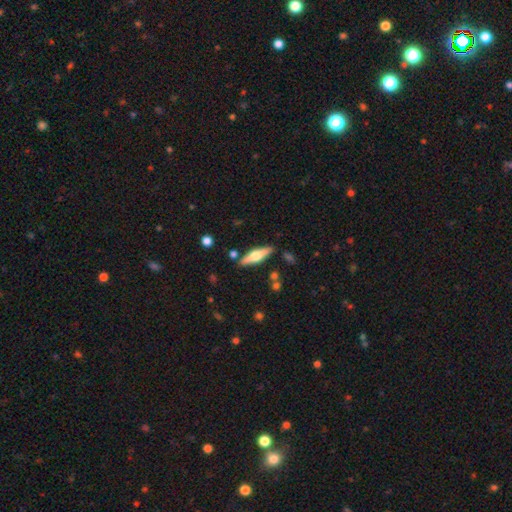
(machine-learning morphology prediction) This appears to be a featured or disk galaxy (58%) viewed edge-on (93%) with a rounded central bulge (94%). Merging: none (85%).